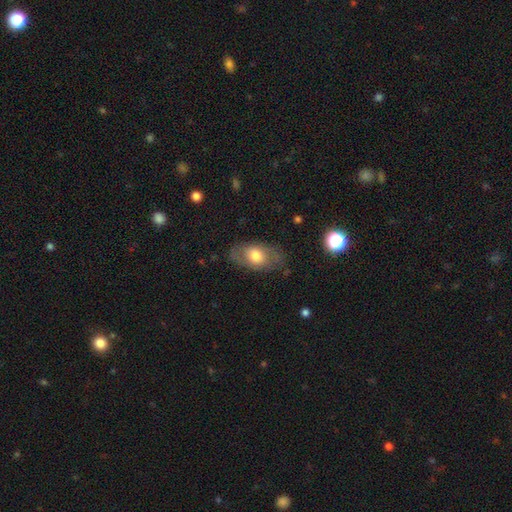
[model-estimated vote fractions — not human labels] This is possibly a smooth galaxy (55%). How rounded: clearly in between (86%). Merging: likely none (72%).